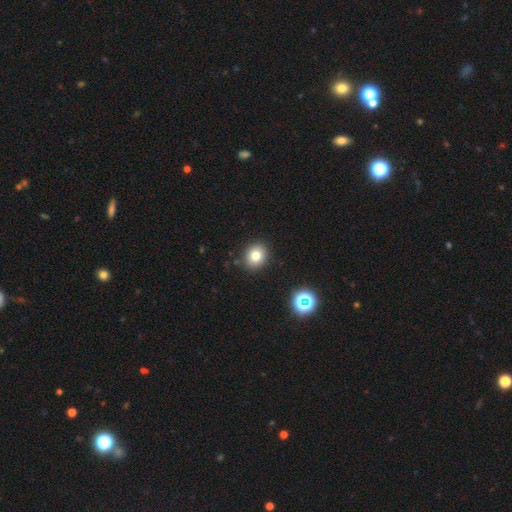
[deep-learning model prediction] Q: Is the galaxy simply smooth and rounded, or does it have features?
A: smooth — 78%.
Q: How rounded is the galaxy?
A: round — 67%.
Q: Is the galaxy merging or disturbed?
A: none — 88%.